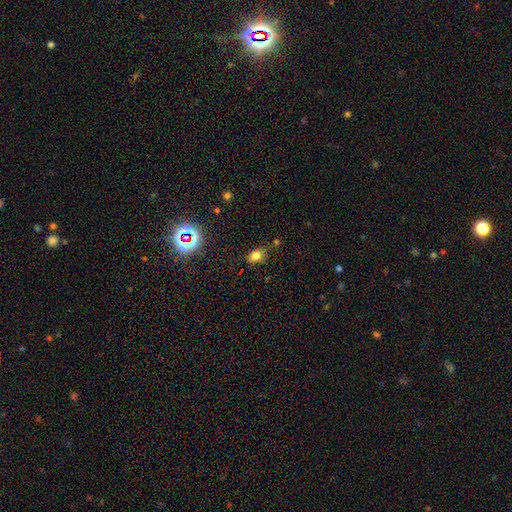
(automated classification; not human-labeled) Smooth or featured? smooth (71%)
How rounded? in between (72%)
Merging? none (70%)